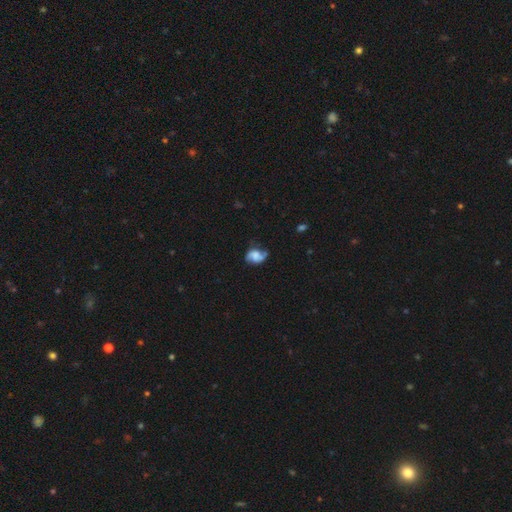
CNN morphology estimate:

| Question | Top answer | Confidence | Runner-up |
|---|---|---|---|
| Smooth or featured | featured or disk | 58% | smooth (33%) |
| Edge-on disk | no | 97% | yes (3%) |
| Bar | no | 61% | weak (31%) |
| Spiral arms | yes | 88% | no (12%) |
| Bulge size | none | 28% | moderate (24%) |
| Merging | none | 53% | minor disturbance (28%) |